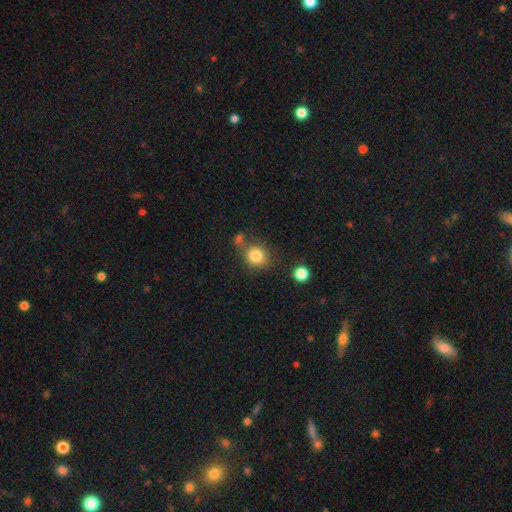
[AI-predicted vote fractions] smooth-or-featured: smooth: 82% | star or artifact: 11% | featured or disk: 7%
  how-rounded: round: 79% | in between: 20% | cigar-shaped: 1%
  merging: none: 65% | minor disturbance: 15% | merger: 14% | major disturbance: 6%